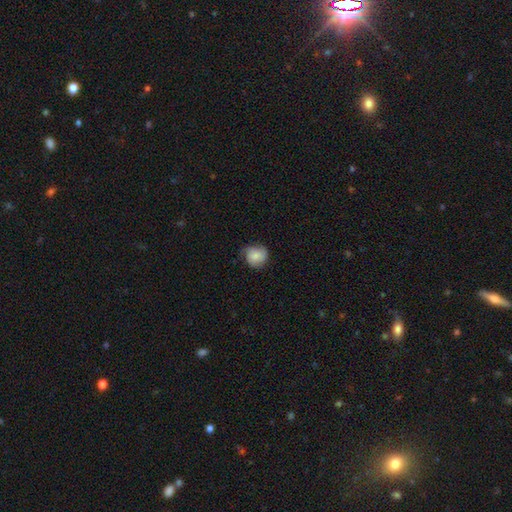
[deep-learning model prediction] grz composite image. It shows a smooth galaxy with no disk features (75%) that is round (81%). Merging: none (58%).